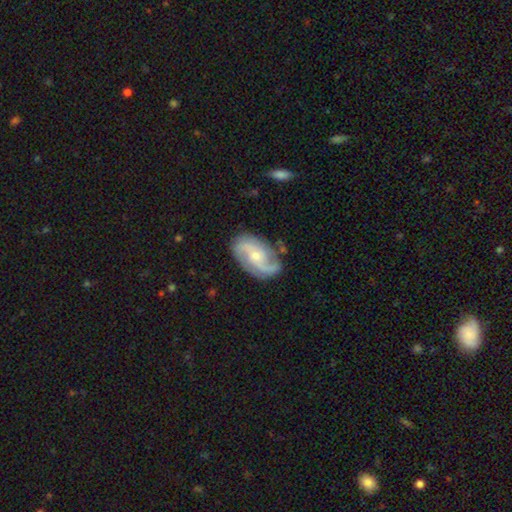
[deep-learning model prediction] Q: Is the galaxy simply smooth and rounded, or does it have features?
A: featured or disk — 84%.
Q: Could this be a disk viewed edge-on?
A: no — 97%.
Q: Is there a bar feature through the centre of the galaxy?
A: no — 54%.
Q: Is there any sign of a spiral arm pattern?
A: yes — 96%.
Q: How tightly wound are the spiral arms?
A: medium — 47%.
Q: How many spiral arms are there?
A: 2 — 78%.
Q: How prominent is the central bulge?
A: small — 51%.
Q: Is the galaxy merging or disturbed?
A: none — 76%.